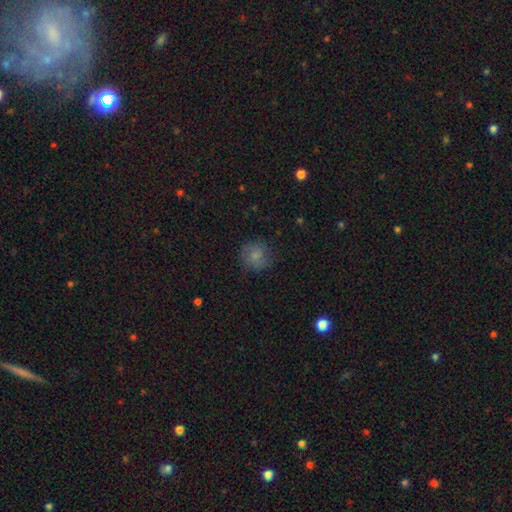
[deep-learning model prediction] This appears to be a smooth galaxy with no disk features (79%) that is round (89%). Merging: none (78%).